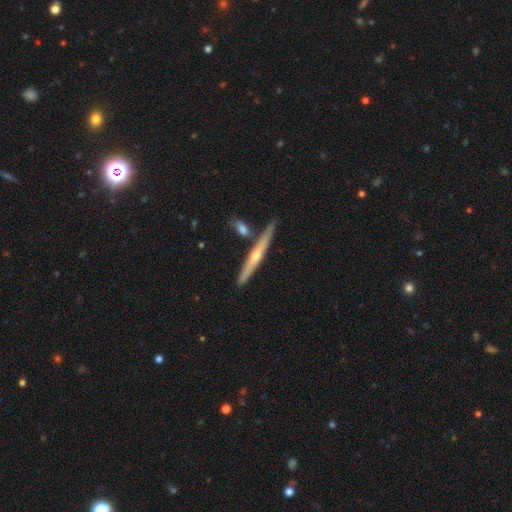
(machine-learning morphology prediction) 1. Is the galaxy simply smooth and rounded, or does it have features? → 64% featured or disk, 30% smooth, 6% star or artifact.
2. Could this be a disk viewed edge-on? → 96% yes, 4% no.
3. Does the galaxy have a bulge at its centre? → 74% rounded, 23% none, 3% boxy.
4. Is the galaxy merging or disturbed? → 79% none, 10% minor disturbance, 9% merger, 2% major disturbance.